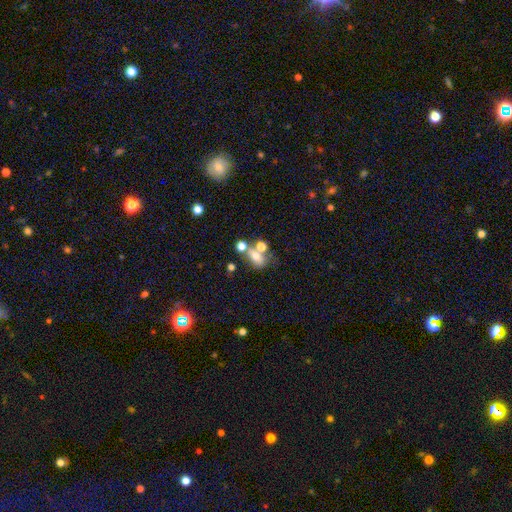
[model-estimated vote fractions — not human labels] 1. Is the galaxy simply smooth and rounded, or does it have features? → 61% smooth, 25% featured or disk, 14% star or artifact.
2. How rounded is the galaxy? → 66% in between, 31% round, 3% cigar-shaped.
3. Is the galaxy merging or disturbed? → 43% merger, 33% none, 13% minor disturbance, 10% major disturbance.